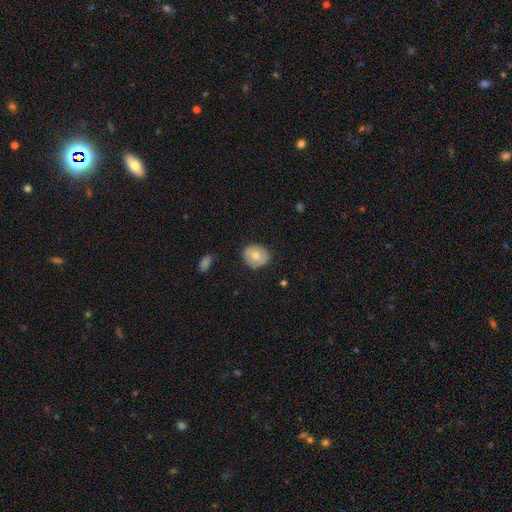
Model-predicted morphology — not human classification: This appears to be a smooth galaxy with no disk features (66%) that is round (73%). Merging: none (84%).